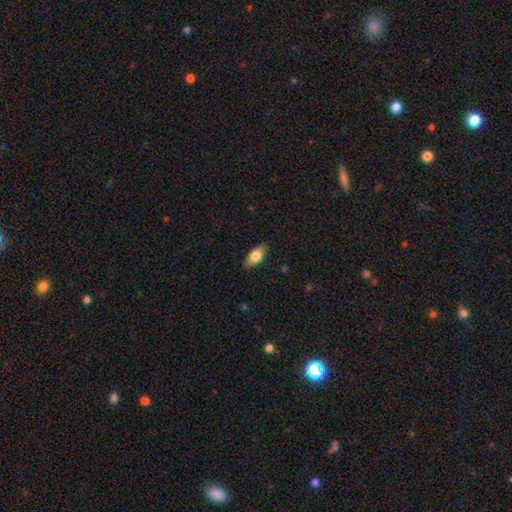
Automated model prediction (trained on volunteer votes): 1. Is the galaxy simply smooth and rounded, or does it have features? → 80% smooth, 14% featured or disk, 6% star or artifact.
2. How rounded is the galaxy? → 89% in between, 8% cigar-shaped, 3% round.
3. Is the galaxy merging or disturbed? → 87% none, 10% minor disturbance, 2% major disturbance, 1% merger.